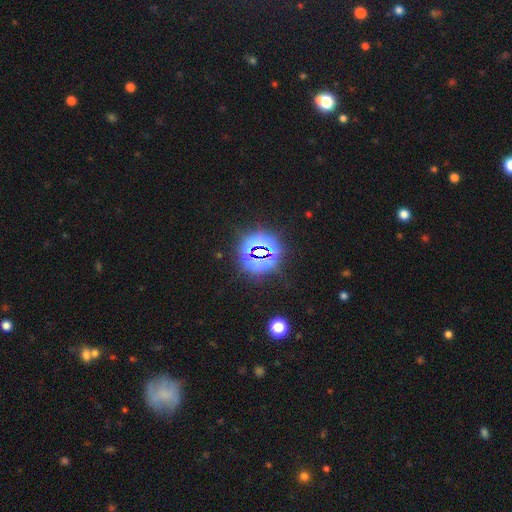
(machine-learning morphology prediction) Smooth or featured? star or artifact (78%)